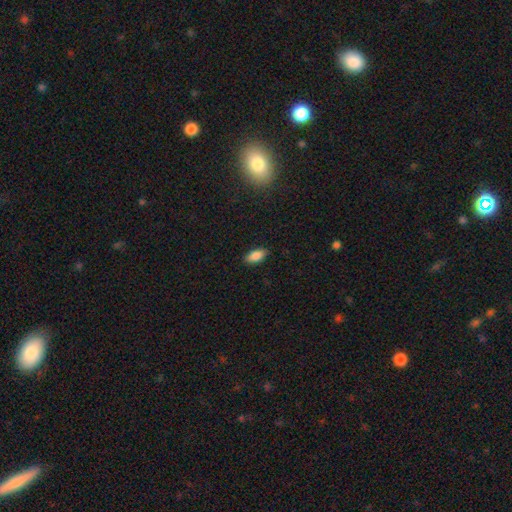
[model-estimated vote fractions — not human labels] smooth-or-featured: smooth: 86% | star or artifact: 8% | featured or disk: 7%
  how-rounded: in between: 90% | cigar-shaped: 7% | round: 3%
  merging: none: 87% | minor disturbance: 10% | major disturbance: 2% | merger: 1%